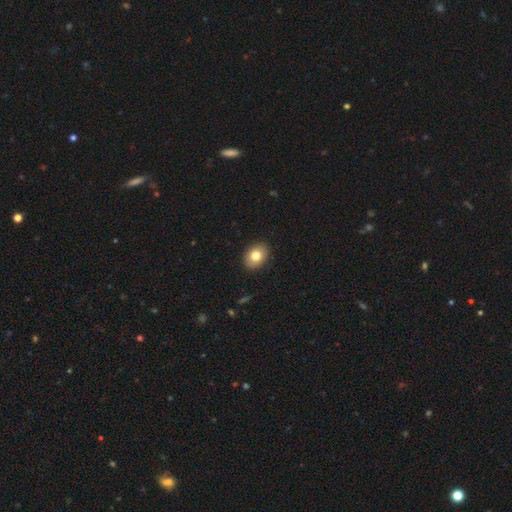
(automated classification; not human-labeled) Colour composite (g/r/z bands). It shows a smooth galaxy with no disk features (79%) that is in between round and cigar-shaped (70%). Merging: none (90%).